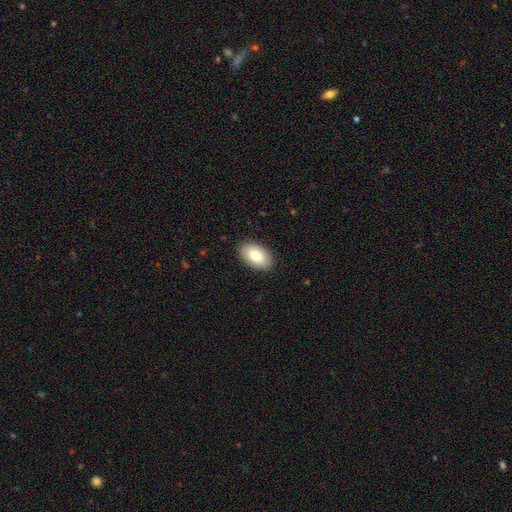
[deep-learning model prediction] A smooth galaxy with no disk features (79%) that is in between round and cigar-shaped (93%). Merging: none (89%).